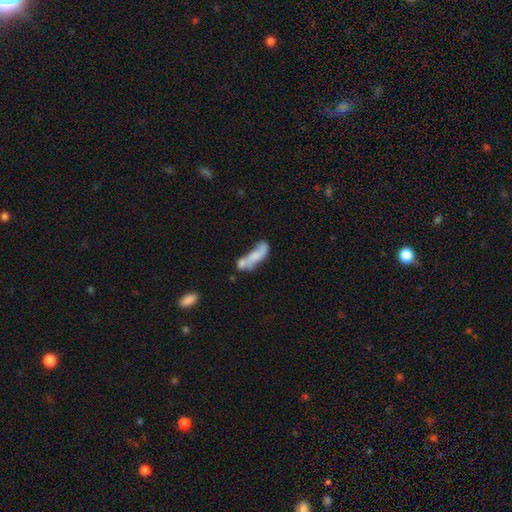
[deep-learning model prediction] This appears to be a smooth galaxy with no disk features (56%) that is in between round and cigar-shaped (55%). Merging: merger (47%).